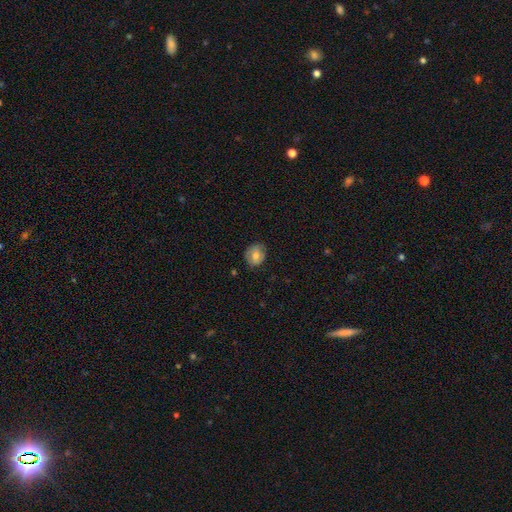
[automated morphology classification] Smooth or featured: smooth — 61% (featured or disk — 31%)
How rounded: round — 63% (in between — 36%)
Merging: none — 76% (minor disturbance — 18%)